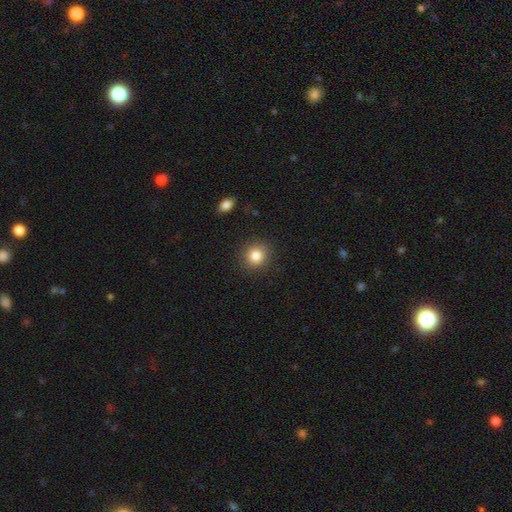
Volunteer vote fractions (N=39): smooth-or-featured: smooth: 90% | star or artifact: 8% | featured or disk: 3%
  how-rounded: round: 86% | in between: 11% | cigar-shaped: 3%
  merging: none: 81% | minor disturbance: 11% | merger: 6% | major disturbance: 3%